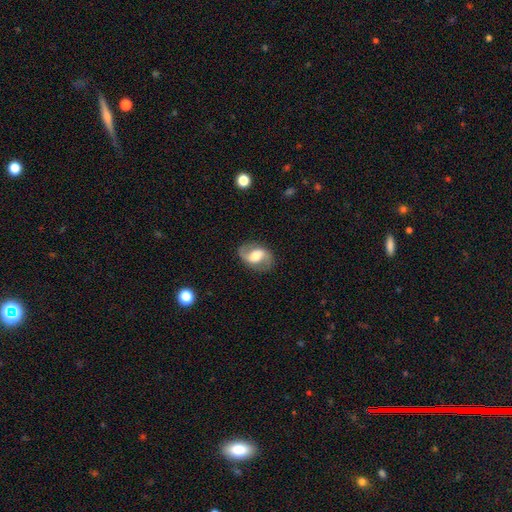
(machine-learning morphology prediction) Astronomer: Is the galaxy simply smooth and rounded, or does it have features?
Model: featured or disk — 76%.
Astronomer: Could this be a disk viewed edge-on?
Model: no — 97%.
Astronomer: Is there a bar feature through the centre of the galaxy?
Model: weak — 45% (runner-up: no, 31%).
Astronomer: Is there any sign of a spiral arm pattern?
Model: yes — 91%.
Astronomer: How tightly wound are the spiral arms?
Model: loose — 46% (runner-up: medium, 42%).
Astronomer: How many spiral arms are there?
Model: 2 — 92%.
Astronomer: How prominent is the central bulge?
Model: moderate — 49% (runner-up: large, 34%).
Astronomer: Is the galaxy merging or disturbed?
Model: none — 83%.